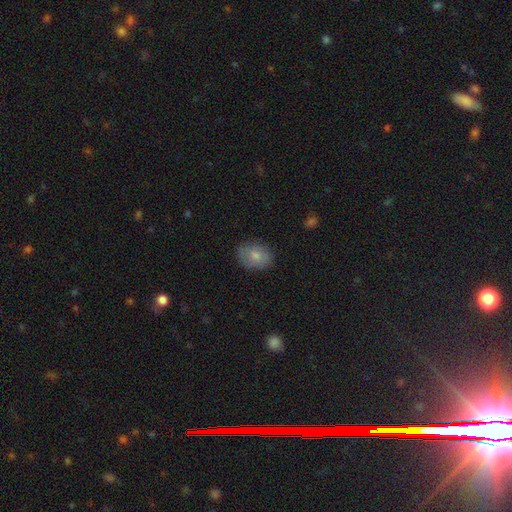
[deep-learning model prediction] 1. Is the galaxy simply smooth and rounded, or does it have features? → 79% smooth, 13% featured or disk, 8% star or artifact.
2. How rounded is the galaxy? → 65% in between, 34% round, 1% cigar-shaped.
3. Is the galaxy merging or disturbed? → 78% none, 17% minor disturbance, 4% major disturbance, 2% merger.